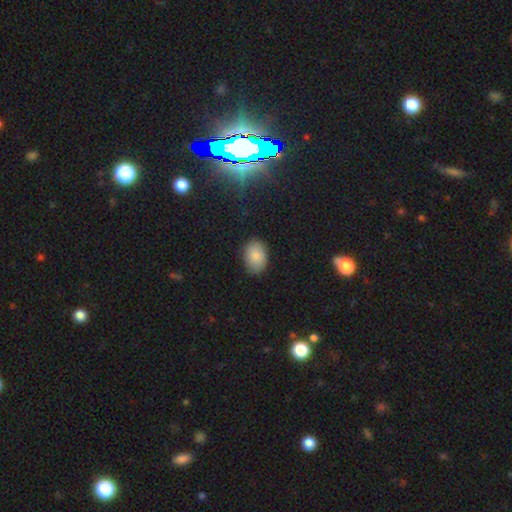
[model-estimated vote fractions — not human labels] The model was most divided on "how rounded": in between: 80%, round: 19%, cigar-shaped: 1%. More confident: merging — none (86%); smooth or featured — smooth (86%).